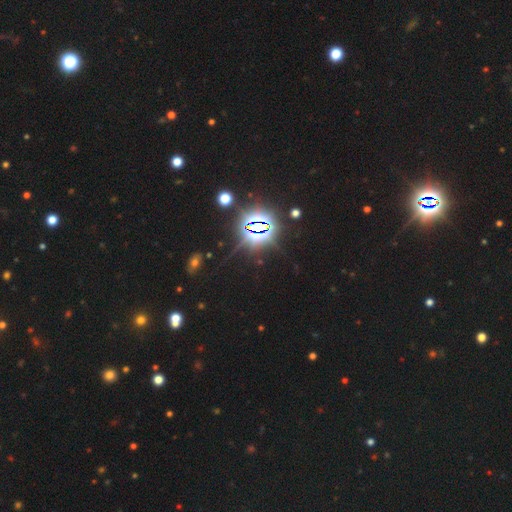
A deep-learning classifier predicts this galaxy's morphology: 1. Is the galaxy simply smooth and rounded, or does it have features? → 81% star or artifact, 13% smooth, 6% featured or disk.